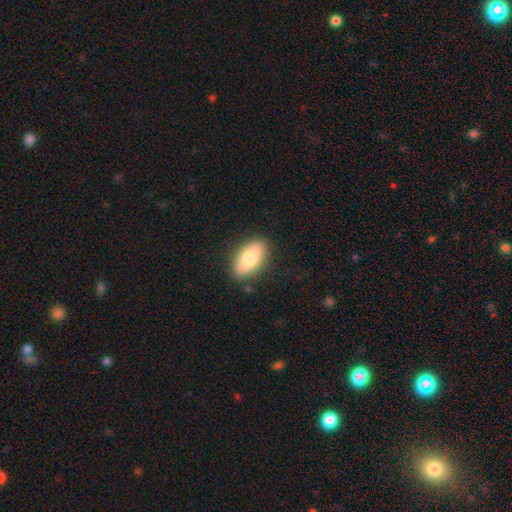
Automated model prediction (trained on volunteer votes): This appears to be a smooth galaxy with no disk features (77%) that is in between round and cigar-shaped (92%). Merging: none (85%).